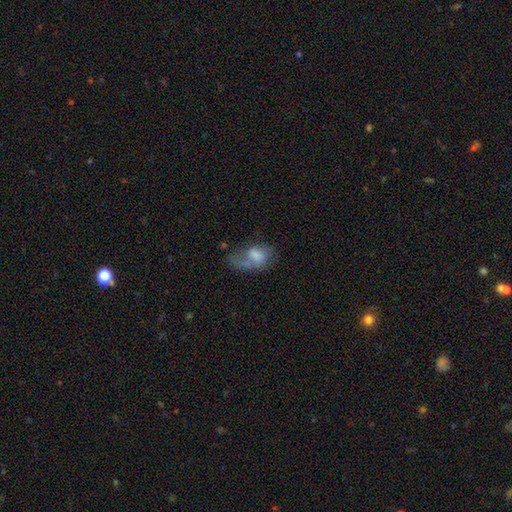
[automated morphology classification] The model was most divided on "merging": major disturbance: 44%, none: 24%, minor disturbance: 23%, merger: 8%. More confident: how rounded — in between (86%); smooth or featured — smooth (57%).